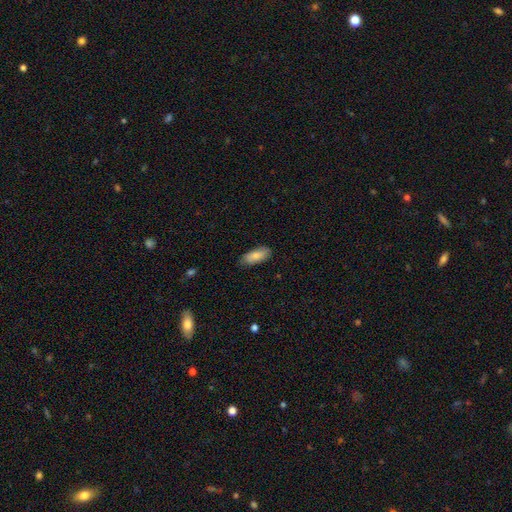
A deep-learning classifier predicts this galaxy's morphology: This appears to be a smooth galaxy with no disk features (81%) that is in between round and cigar-shaped (84%). Merging: none (84%).